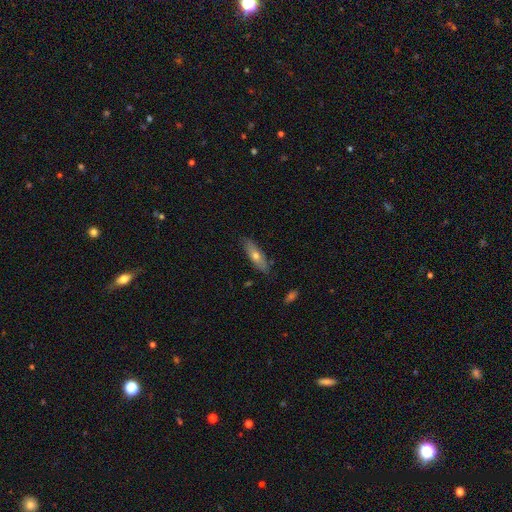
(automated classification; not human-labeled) Morphology: type=smooth (61%); roundness=cigar-shaped (51%); merging=none (82%).